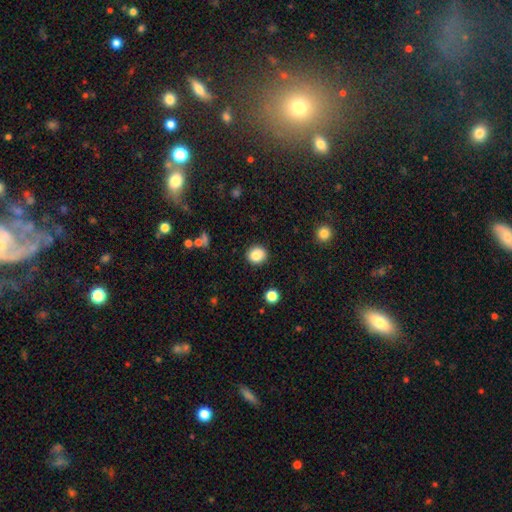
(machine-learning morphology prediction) Smooth or featured? smooth (85%)
How rounded? round (85%)
Merging? none (88%)